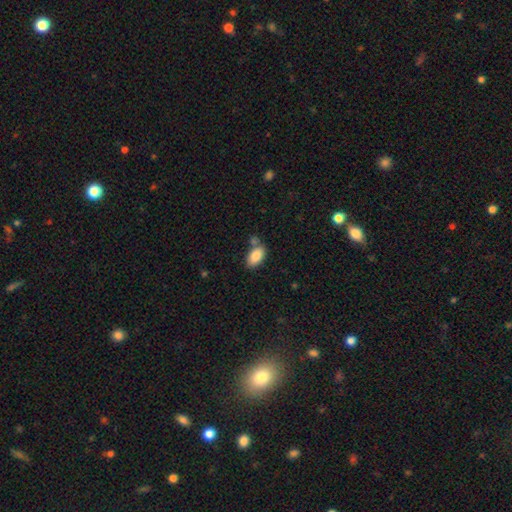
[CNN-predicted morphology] Overall: smooth (86%). How rounded: in between (93%). Merging: none (64%).